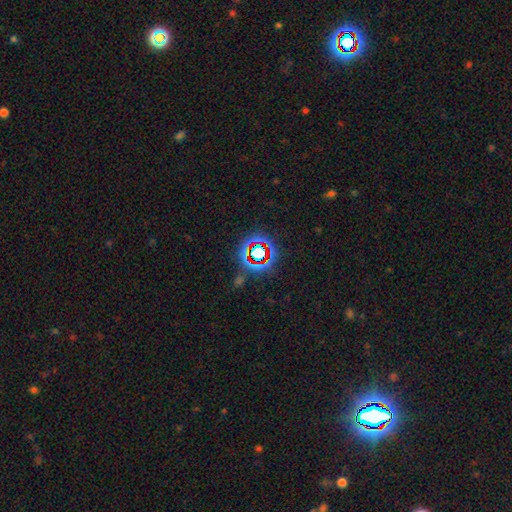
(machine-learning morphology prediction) Q: Smooth or featured?
A: star or artifact (76%); runner-up: smooth (13%)